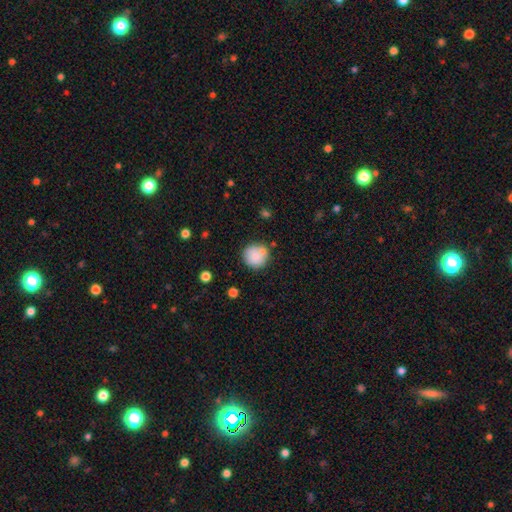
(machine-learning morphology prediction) smooth 84%, star or artifact 8%, featured or disk 8%. Down the decision tree: how rounded — round (90%); merging — none (70%).